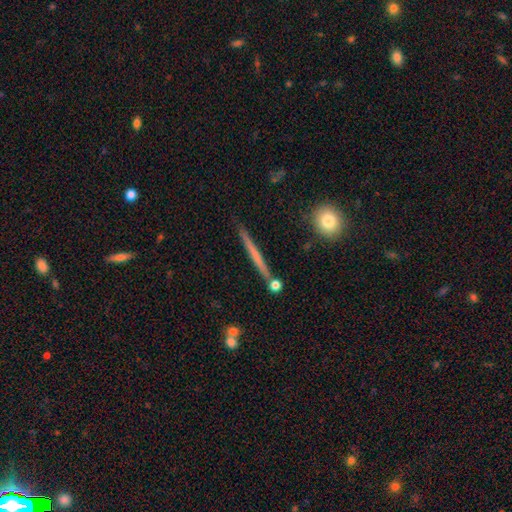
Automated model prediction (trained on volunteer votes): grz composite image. It shows a featured or disk galaxy (49%). Merging: none (85%).